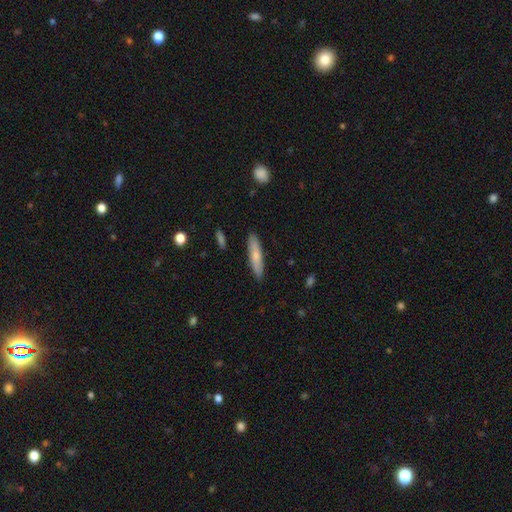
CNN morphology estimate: smooth-or-featured: smooth: 70% | featured or disk: 24% | star or artifact: 6%
  how-rounded: cigar-shaped: 83% | in between: 16% | round: 2%
  merging: none: 89% | minor disturbance: 8% | major disturbance: 2% | merger: 1%